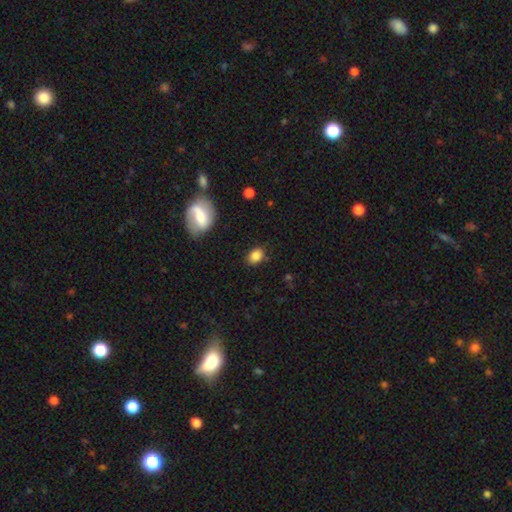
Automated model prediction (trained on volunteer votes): Overall: smooth (84%). How rounded: in between (64%; round 35%). Merging: none (82%).